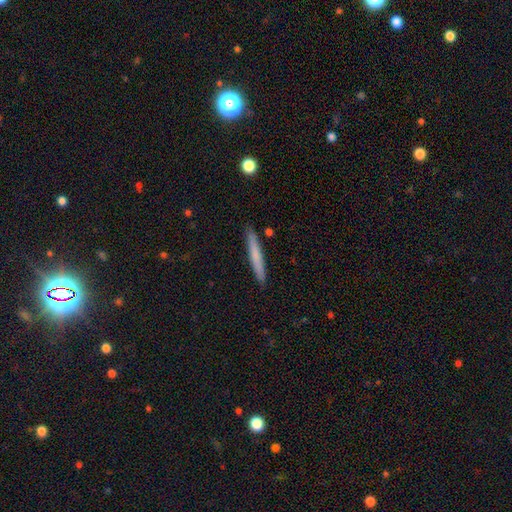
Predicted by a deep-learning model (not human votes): A smooth galaxy with no disk features (69%) that is cigar-shaped (96%).

Vote fractions:
- Smooth or featured? smooth: 69% / featured or disk: 26% / star or artifact: 6%
- How rounded? cigar-shaped: 96% / in between: 3% / round: 1%
- Merging? none: 90% / minor disturbance: 7% / merger: 1% / major disturbance: 1%